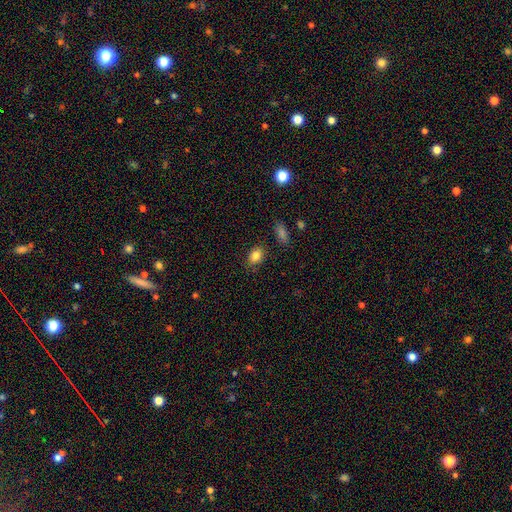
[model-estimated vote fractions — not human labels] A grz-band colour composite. It shows a smooth galaxy with no disk features (85%) that is in between round and cigar-shaped (66%). Merging: none (84%).